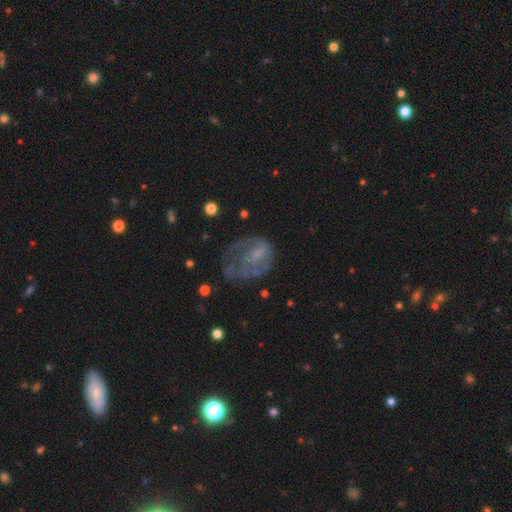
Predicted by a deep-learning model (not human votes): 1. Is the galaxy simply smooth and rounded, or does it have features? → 56% featured or disk, 32% smooth, 12% star or artifact.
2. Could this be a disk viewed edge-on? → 97% no, 3% yes.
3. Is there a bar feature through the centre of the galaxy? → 70% no, 25% weak, 5% strong.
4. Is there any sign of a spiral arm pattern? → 57% no, 43% yes.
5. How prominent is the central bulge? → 43% none, 30% small, 22% moderate, 4% large, 1% dominant.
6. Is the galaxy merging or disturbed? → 37% none (tied), 37% major disturbance (tied), 23% minor disturbance, 3% merger.